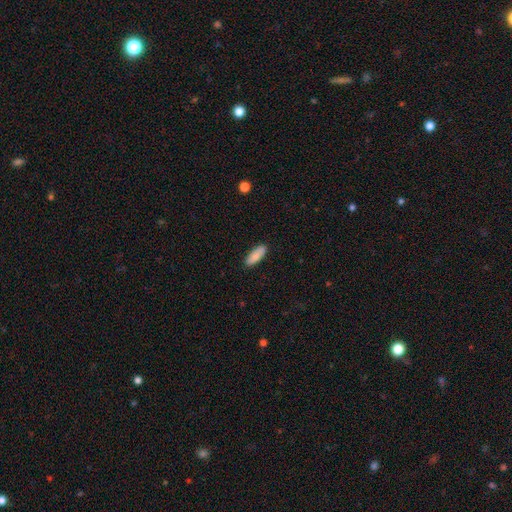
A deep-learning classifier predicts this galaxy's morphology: smooth_or_featured: smooth (p=0.85) [alt: featured or disk p=0.09]
how_rounded: in between (p=0.61) [alt: cigar-shaped p=0.37]
merging: none (p=0.88) [alt: minor disturbance p=0.09]